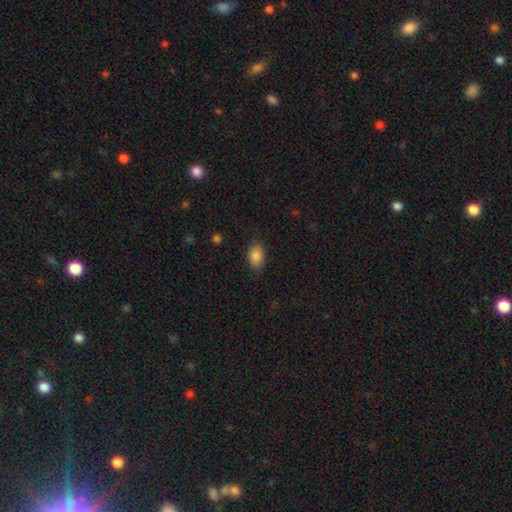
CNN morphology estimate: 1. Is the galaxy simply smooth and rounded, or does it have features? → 87% smooth, 8% star or artifact, 5% featured or disk.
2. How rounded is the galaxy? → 89% in between, 9% round, 2% cigar-shaped.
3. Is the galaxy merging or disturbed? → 83% none, 13% minor disturbance, 3% major disturbance, 1% merger.